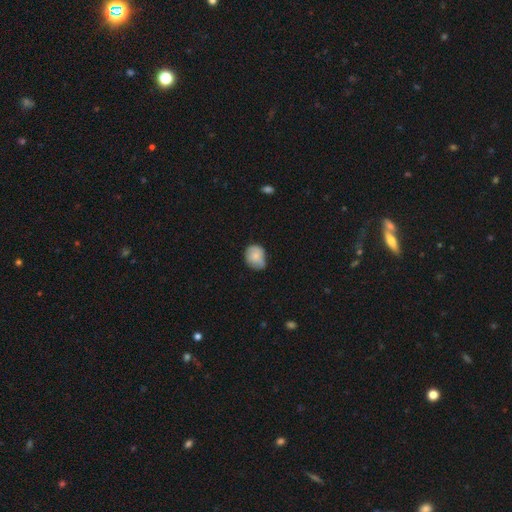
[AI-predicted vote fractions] Smooth or featured?
  - smooth: 74% *
  - featured or disk: 19%
  - star or artifact: 8%
How rounded?
  - round: 57% *
  - in between: 42%
  - cigar-shaped: 1%
Merging?
  - none: 47% *
  - minor disturbance: 42%
  - major disturbance: 9%
  - merger: 3%